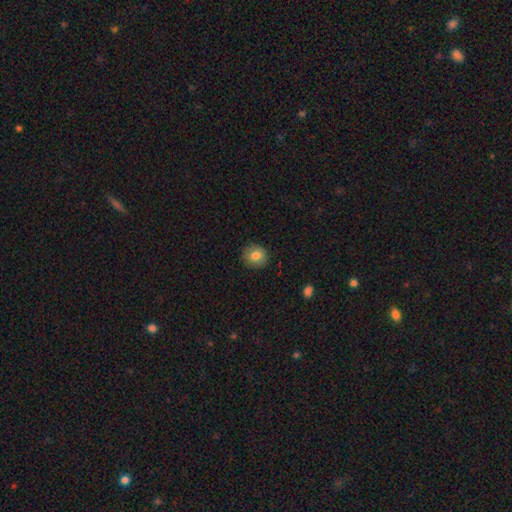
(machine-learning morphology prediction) Q: Smooth or featured?
A: smooth (80%); runner-up: featured or disk (11%)
Q: How rounded?
A: round (86%); runner-up: in between (13%)
Q: Merging?
A: none (90%); runner-up: minor disturbance (8%)